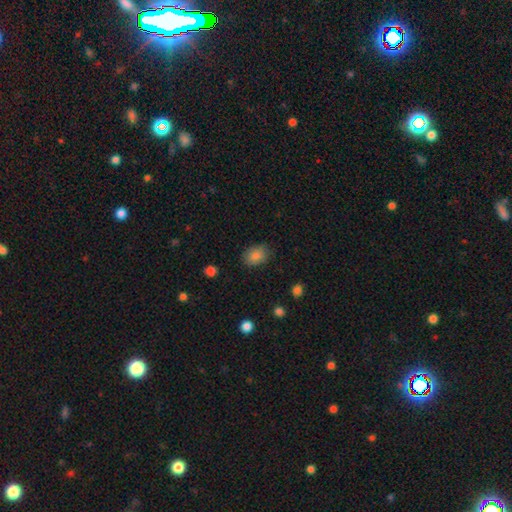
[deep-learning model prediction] Morphology: type=smooth (84%); roundness=in between (76%); merging=none (82%).